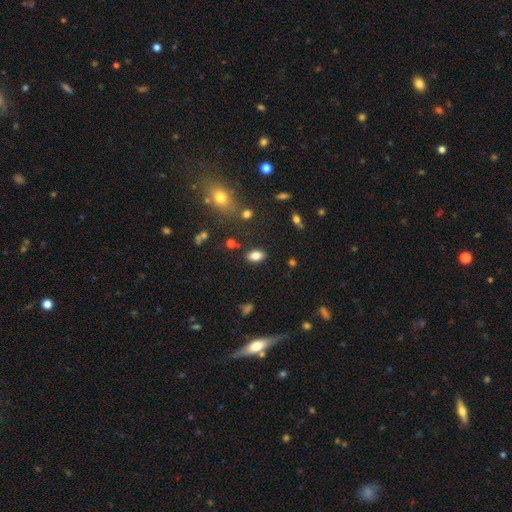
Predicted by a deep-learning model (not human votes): This is clearly a smooth galaxy (83%). How rounded: clearly in between (89%). Merging: clearly none (84%).